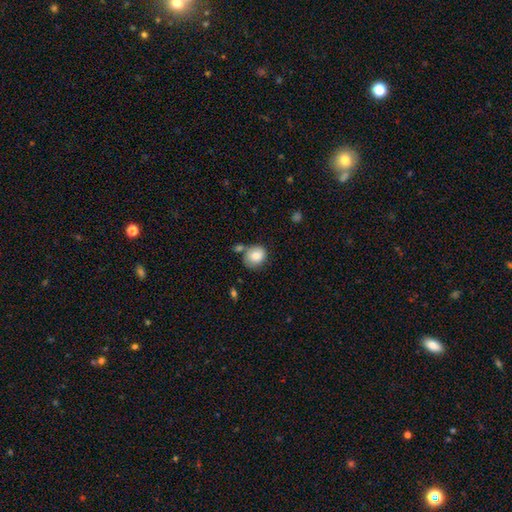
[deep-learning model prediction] smooth 79%, featured or disk 12%, star or artifact 8%. Down the decision tree: how rounded — round (75%); merging — none (62%).